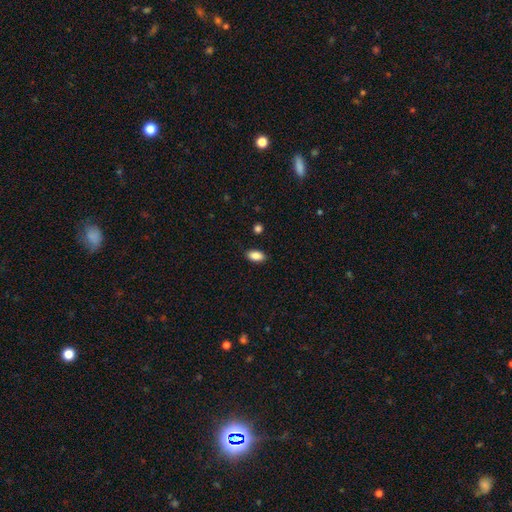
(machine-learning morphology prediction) Q: Smooth or featured?
A: smooth (88%); runner-up: star or artifact (8%)
Q: How rounded?
A: in between (92%); runner-up: round (5%)
Q: Merging?
A: none (87%); runner-up: minor disturbance (10%)